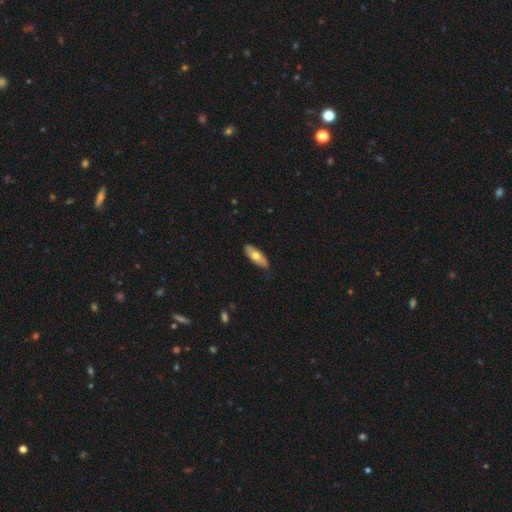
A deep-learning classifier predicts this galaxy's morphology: A smooth galaxy with no disk features (65%) that is in between round and cigar-shaped (69%).

Vote fractions:
- Smooth or featured? smooth: 65% / featured or disk: 29% / star or artifact: 5%
- How rounded? in between: 69% / cigar-shaped: 29% / round: 2%
- Merging? none: 86% / minor disturbance: 11% / major disturbance: 2% / merger: 1%